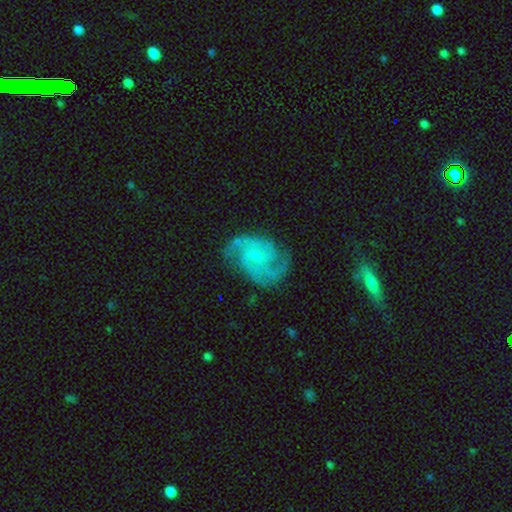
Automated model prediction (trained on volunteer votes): A featured or disk galaxy (85%) with no bar (47%), 2 (58%) medium (53%) spiral arms (97%) and a small central bulge (59%).

Vote fractions:
- Smooth or featured? featured or disk: 85% / smooth: 9% / star or artifact: 5%
- Edge-on disk? no: 98% / yes: 2%
- Bar? no: 47% / weak: 46% / strong: 7%
- Spiral arms? yes: 97% / no: 3%
- Spiral winding? medium: 53% / tight: 32% / loose: 15%
- Spiral arm count? 2: 58% / 3: 21% / can't tell: 10% / 4: 4% / 1: 3% / more than 4: 3%
- Bulge size? small: 59% / moderate: 19% / none: 19% / large: 1% / dominant: 1%
- Merging? none: 71% / minor disturbance: 19% / major disturbance: 8% / merger: 2%